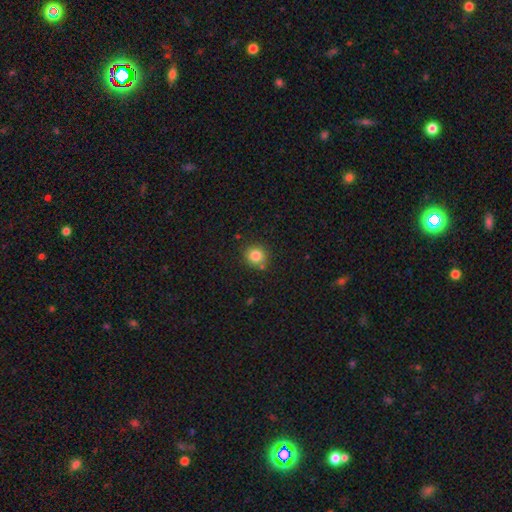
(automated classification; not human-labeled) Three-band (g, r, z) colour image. It shows a smooth galaxy with no disk features (82%) that is round (91%). Merging: none (81%).